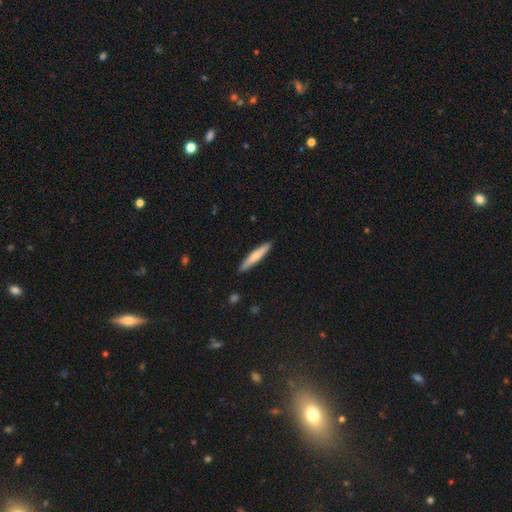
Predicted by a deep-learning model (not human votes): This appears to be a smooth galaxy with no disk features (64%) that is cigar-shaped (92%). Merging: none (90%).